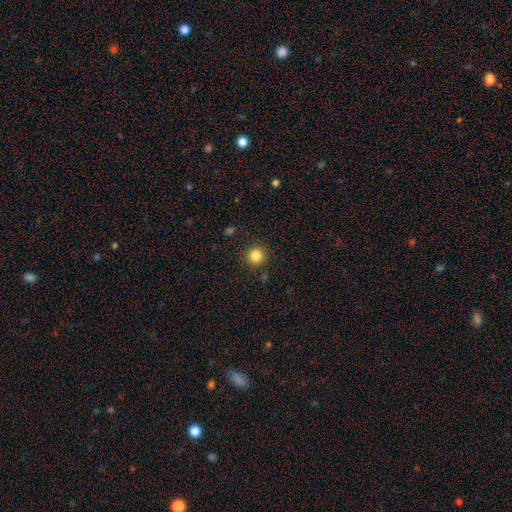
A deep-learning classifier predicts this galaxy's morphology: smooth-or-featured: smooth: 84% | star or artifact: 12% | featured or disk: 4%
  how-rounded: round: 95% | in between: 4% | cigar-shaped: 1%
  merging: none: 90% | minor disturbance: 6% | major disturbance: 2% | merger: 2%